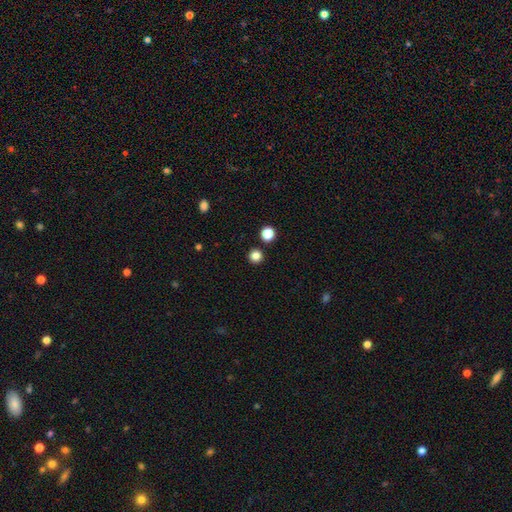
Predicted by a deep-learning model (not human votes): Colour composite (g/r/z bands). It shows a smooth galaxy with no disk features (83%) that is round (95%). Merging: none (90%).